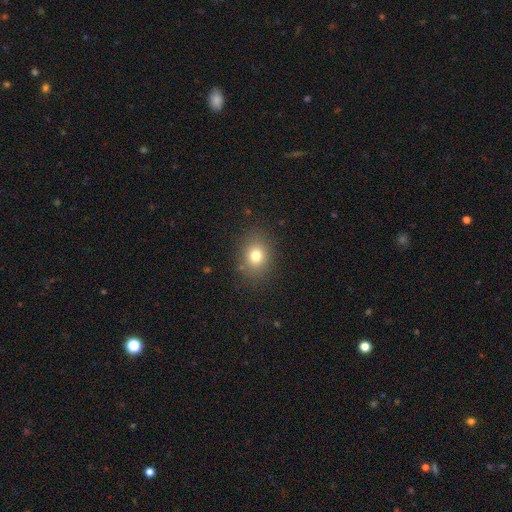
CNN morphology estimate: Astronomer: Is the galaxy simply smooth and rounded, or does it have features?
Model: smooth — 77%.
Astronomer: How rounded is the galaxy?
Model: round — 56% (runner-up: in between, 43%).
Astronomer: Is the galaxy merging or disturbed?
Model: none — 85%.